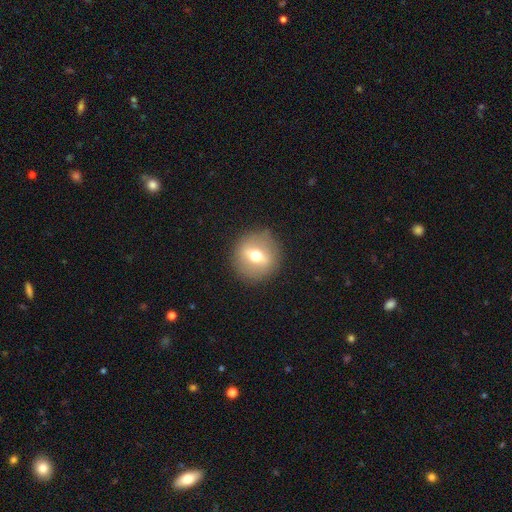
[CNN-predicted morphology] A featured or disk galaxy (47%).

Vote fractions:
- Smooth or featured? featured or disk: 47% / smooth: 44% / star or artifact: 9%
- Merging? none: 87% / minor disturbance: 8% / major disturbance: 3% / merger: 1%